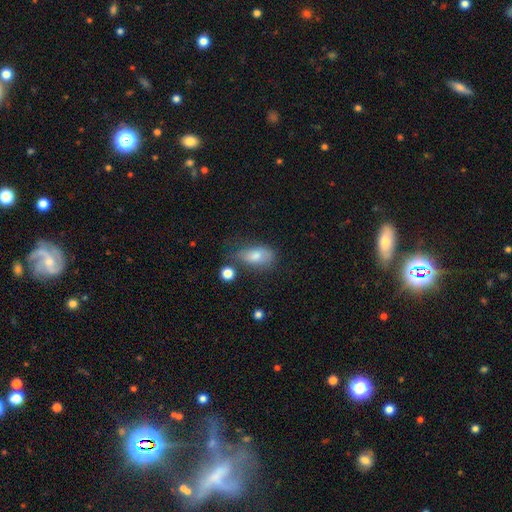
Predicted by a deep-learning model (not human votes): Smooth or featured? Predicted: smooth (p=0.74). How rounded? Predicted: in between (p=0.87). Merging? Predicted: none (p=0.49).